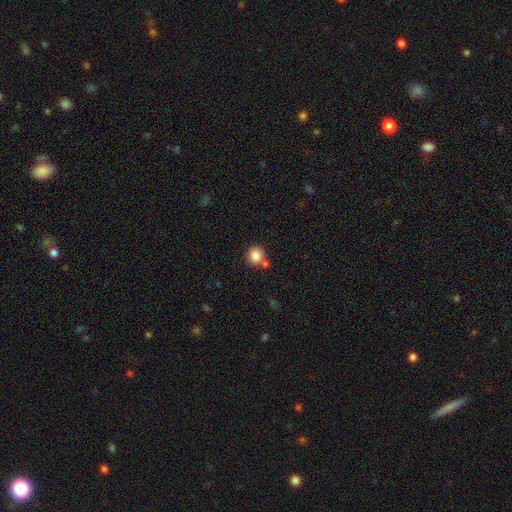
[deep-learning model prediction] Overall: smooth (85%). How rounded: round (89%). Merging: none (68%).